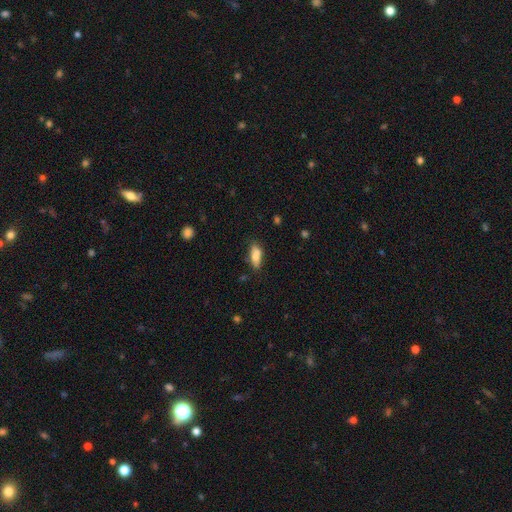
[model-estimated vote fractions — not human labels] Smooth or featured?
  - smooth: 71% *
  - featured or disk: 22%
  - star or artifact: 7%
How rounded?
  - in between: 77% *
  - cigar-shaped: 20%
  - round: 3%
Merging?
  - none: 69% *
  - minor disturbance: 21%
  - merger: 5%
  - major disturbance: 5%